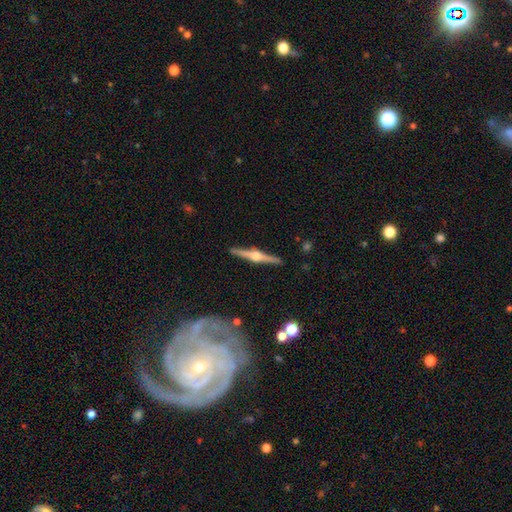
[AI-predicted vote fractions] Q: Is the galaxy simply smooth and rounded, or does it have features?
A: featured or disk — 82%.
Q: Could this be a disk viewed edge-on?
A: yes — 98%.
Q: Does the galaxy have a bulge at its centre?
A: rounded — 95%.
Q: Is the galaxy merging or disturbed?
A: none — 91%.